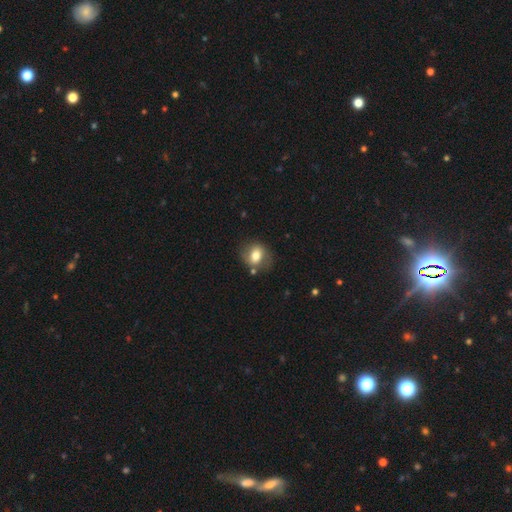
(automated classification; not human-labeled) Smooth or featured? smooth (70%)
How rounded? round (53%)
Merging? none (69%)